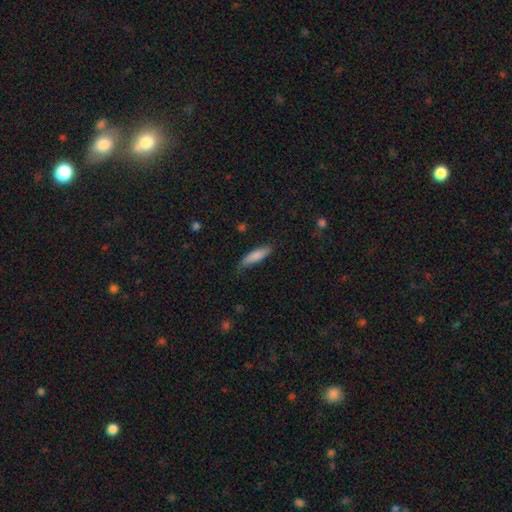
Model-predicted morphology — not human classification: Q: Smooth or featured?
A: smooth (82%); runner-up: featured or disk (12%)
Q: How rounded?
A: cigar-shaped (67%); runner-up: in between (32%)
Q: Merging?
A: none (74%); runner-up: minor disturbance (21%)